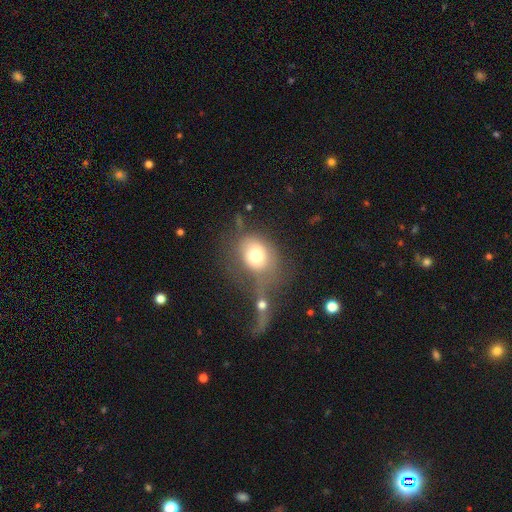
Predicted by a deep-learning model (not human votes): Smooth or featured: smooth — 71% (featured or disk — 19%)
How rounded: round — 58% (in between — 41%)
Merging: none — 33% (merger — 31%)